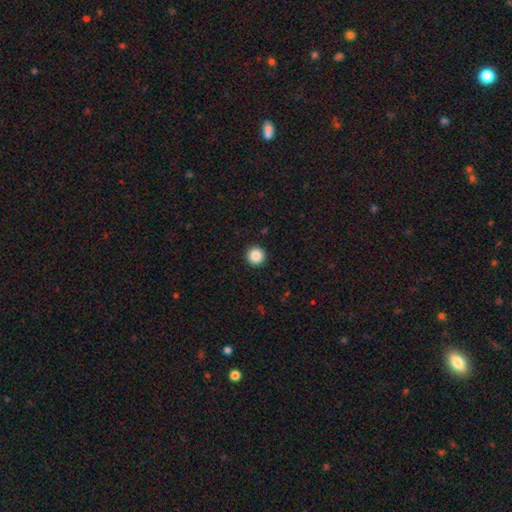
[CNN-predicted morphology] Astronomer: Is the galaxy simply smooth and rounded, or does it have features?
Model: smooth — 87%.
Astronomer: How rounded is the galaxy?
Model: round — 96%.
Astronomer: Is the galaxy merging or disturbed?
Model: none — 93%.